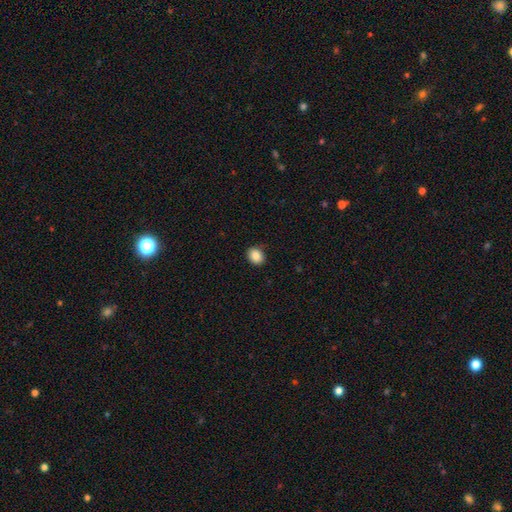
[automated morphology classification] Overall: smooth (86%). How rounded: in between (50%, tied with round). Merging: none (88%).